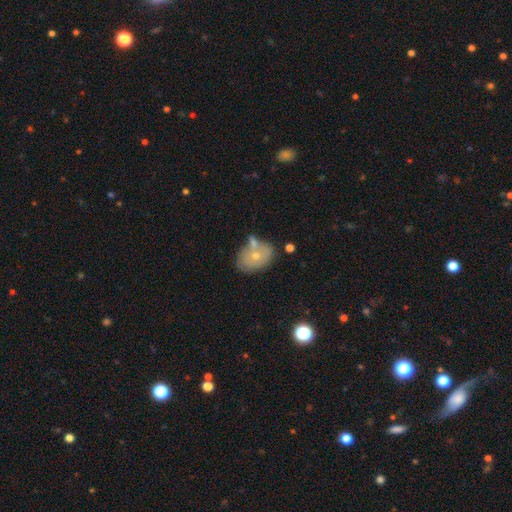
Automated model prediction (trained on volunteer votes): This is likely a smooth galaxy (61%). How rounded: likely in between (74%). Merging: possibly none (48%).